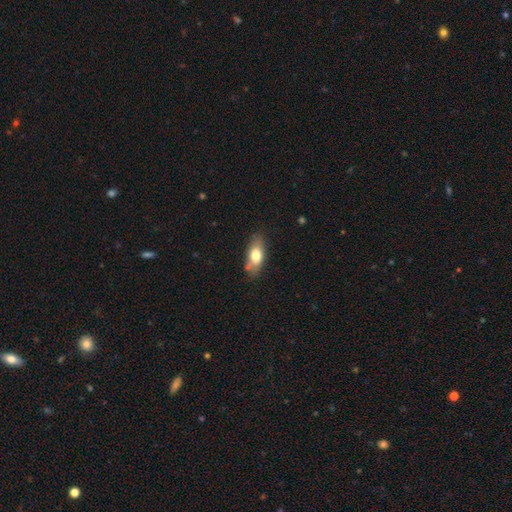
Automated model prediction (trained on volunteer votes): smooth-or-featured: smooth: 70% | featured or disk: 23% | star or artifact: 7%
  how-rounded: in between: 82% | cigar-shaped: 13% | round: 5%
  merging: none: 72% | minor disturbance: 20% | major disturbance: 4% | merger: 4%